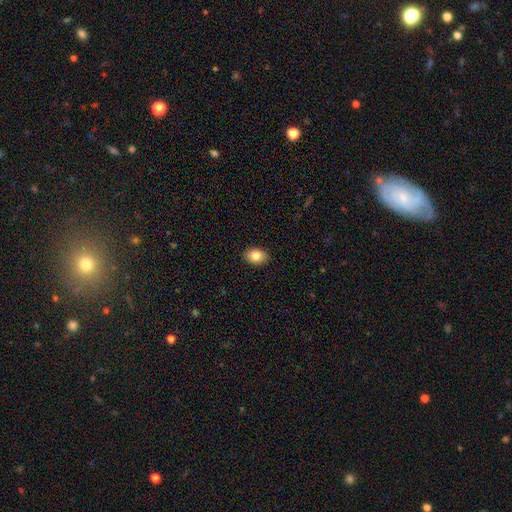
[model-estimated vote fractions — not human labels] Morphology: type=smooth (83%); roundness=in between (79%); merging=none (89%).